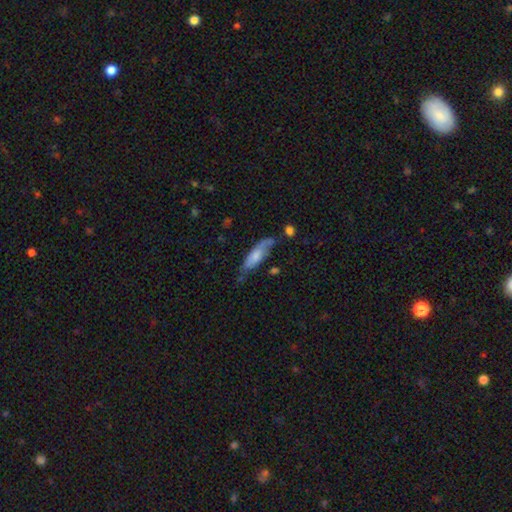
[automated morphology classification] Smooth or featured?
  - smooth: 65% *
  - featured or disk: 29%
  - star or artifact: 6%
How rounded?
  - cigar-shaped: 54% *
  - in between: 44%
  - round: 2%
Merging?
  - none: 52% *
  - minor disturbance: 30%
  - major disturbance: 10%
  - merger: 7%